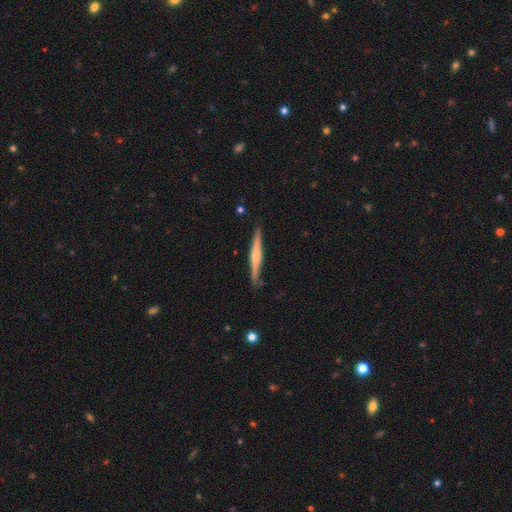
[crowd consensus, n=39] A featured or disk galaxy (64%) viewed edge-on (96%) with a rounded central bulge (50%). Merging: none (84%).